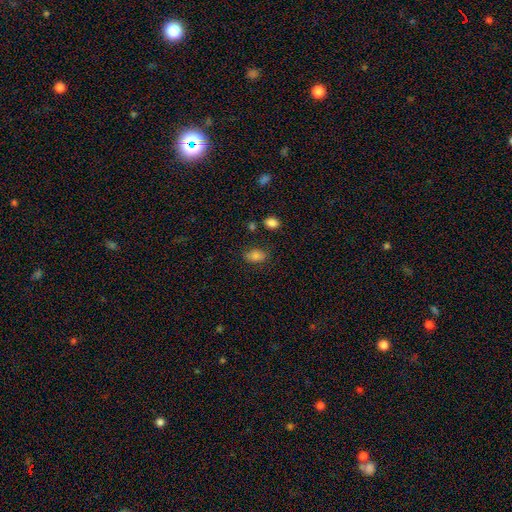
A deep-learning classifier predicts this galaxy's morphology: Overall: smooth (82%). How rounded: in between (84%). Merging: none (78%).